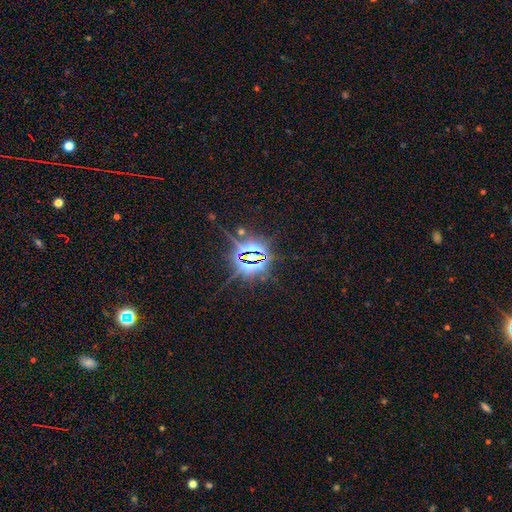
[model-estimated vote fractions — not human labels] star or artifact 84%, featured or disk 9%, smooth 8%.